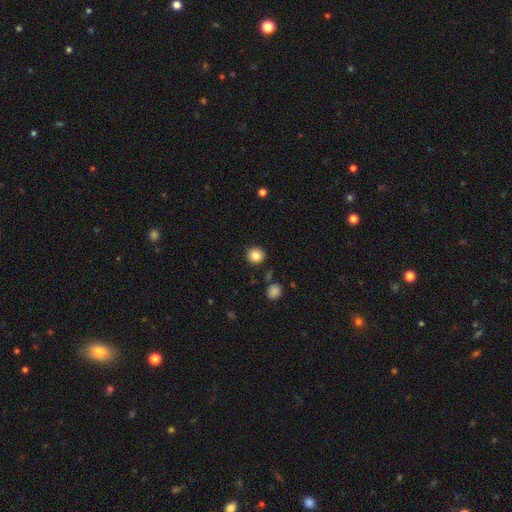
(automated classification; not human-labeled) Q: Smooth or featured?
A: smooth (83%); runner-up: star or artifact (11%)
Q: How rounded?
A: round (92%); runner-up: in between (7%)
Q: Merging?
A: none (89%); runner-up: minor disturbance (6%)